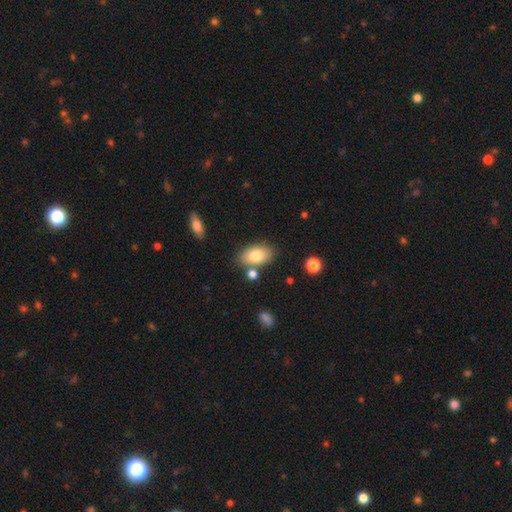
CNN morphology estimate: Smooth or featured? smooth (78%)
How rounded? in between (91%)
Merging? none (76%)